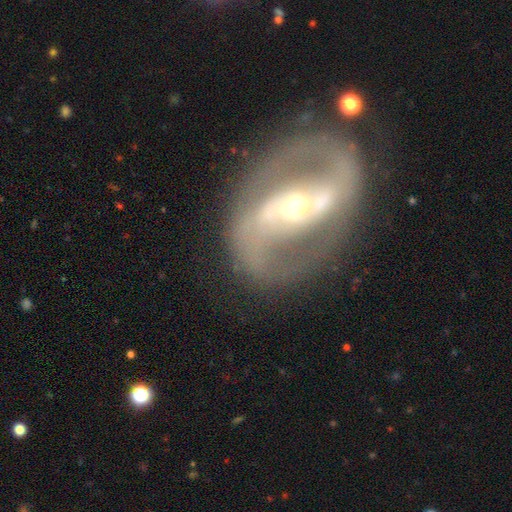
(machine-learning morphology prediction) Smooth or featured? featured or disk (87%)
Edge-on disk? no (95%)
Bar? strong (56%)
Spiral arms? yes (87%)
Spiral winding? medium (50%)
Spiral arm count? 2 (91%)
Bulge size? moderate (50%)
Merging? none (78%)